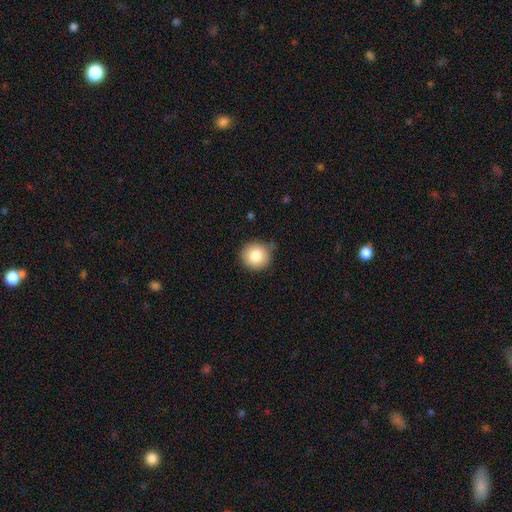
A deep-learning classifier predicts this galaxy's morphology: Q: Smooth or featured?
A: smooth (82%); runner-up: star or artifact (9%)
Q: How rounded?
A: round (91%); runner-up: in between (8%)
Q: Merging?
A: none (80%); runner-up: minor disturbance (15%)